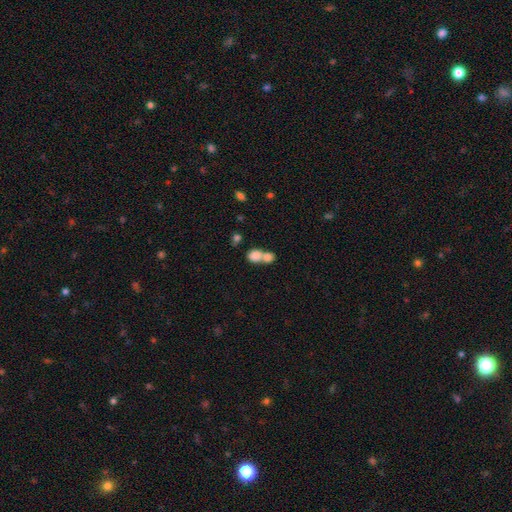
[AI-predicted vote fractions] Smooth or featured?
  - smooth: 80% *
  - featured or disk: 11%
  - star or artifact: 9%
How rounded?
  - round: 55% *
  - in between: 43%
  - cigar-shaped: 2%
Merging?
  - merger: 69% *
  - none: 22%
  - minor disturbance: 6%
  - major disturbance: 4%